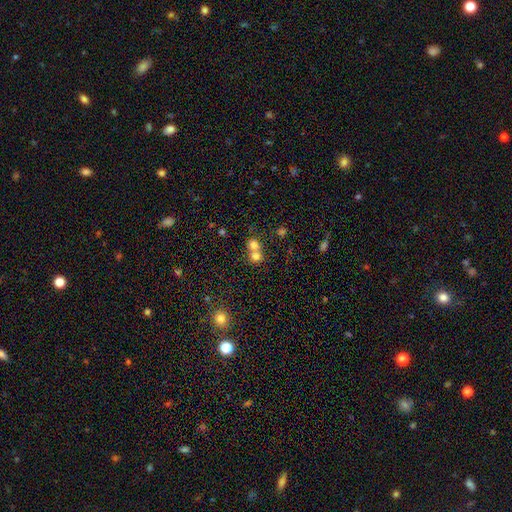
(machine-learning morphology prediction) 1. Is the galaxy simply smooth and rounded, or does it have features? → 76% smooth, 13% star or artifact, 11% featured or disk.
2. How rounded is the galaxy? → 78% round, 21% in between, 1% cigar-shaped.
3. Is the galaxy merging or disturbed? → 58% merger, 34% none, 5% minor disturbance, 3% major disturbance.